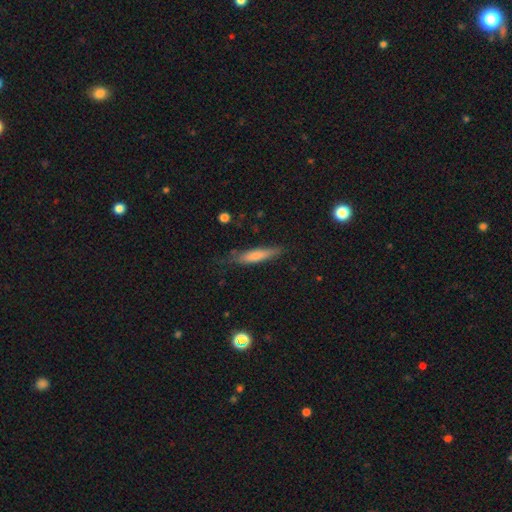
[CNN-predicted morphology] The model was most divided on "merging": none: 69%, minor disturbance: 22%, major disturbance: 6%, merger: 2%. More confident: how rounded — cigar-shaped (82%); smooth or featured — smooth (71%).